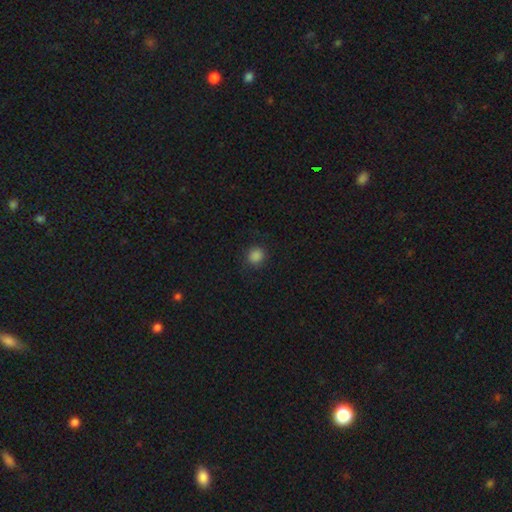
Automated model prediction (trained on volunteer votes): Smooth or featured?
  - smooth: 85% *
  - star or artifact: 12%
  - featured or disk: 3%
How rounded?
  - round: 86% *
  - in between: 13%
  - cigar-shaped: 1%
Merging?
  - none: 86% *
  - minor disturbance: 10%
  - major disturbance: 3%
  - merger: 1%